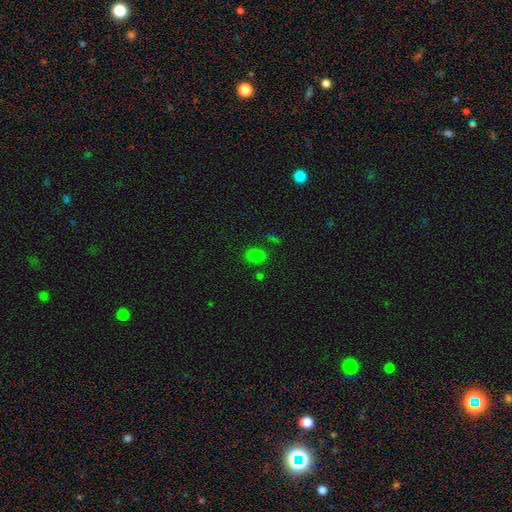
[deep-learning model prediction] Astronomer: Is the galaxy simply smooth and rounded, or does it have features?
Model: smooth — 77%.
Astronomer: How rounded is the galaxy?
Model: in between — 64%.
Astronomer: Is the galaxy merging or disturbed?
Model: none — 80%.